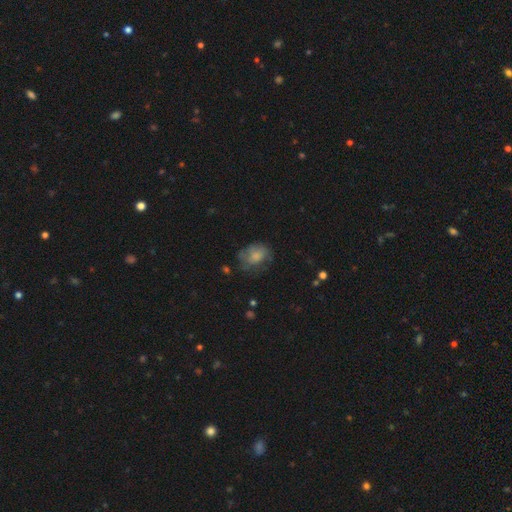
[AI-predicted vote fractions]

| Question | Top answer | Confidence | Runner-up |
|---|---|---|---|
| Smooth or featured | smooth | 68% | featured or disk (23%) |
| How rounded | in between | 63% | round (36%) |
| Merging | none | 51% | minor disturbance (29%) |